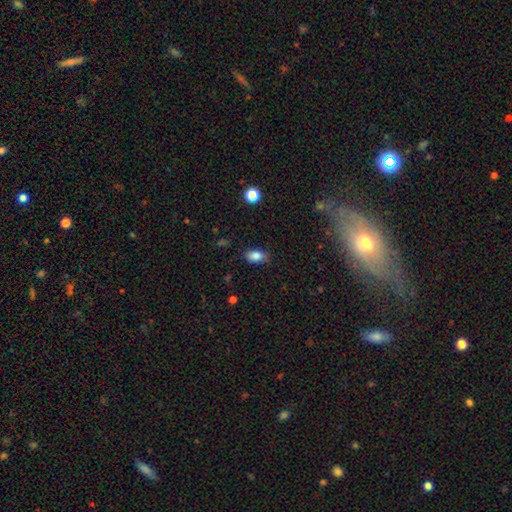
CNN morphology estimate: Smooth or featured: smooth — 84% (star or artifact — 9%)
How rounded: in between — 87% (round — 10%)
Merging: none — 72% (minor disturbance — 22%)